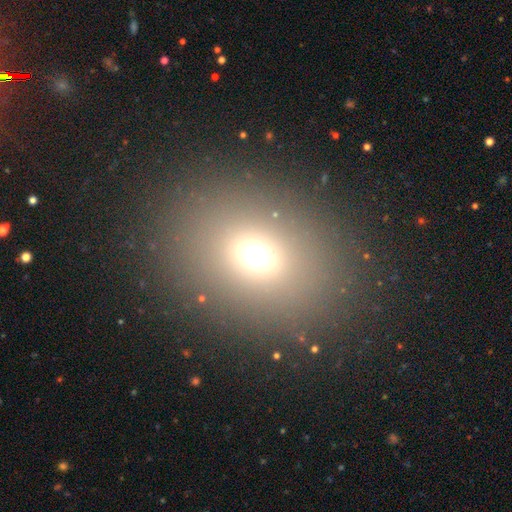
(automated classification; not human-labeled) Smooth or featured?
  - smooth: 65% *
  - star or artifact: 23%
  - featured or disk: 12%
How rounded?
  - in between: 54% *
  - round: 44%
  - cigar-shaped: 1%
Merging?
  - none: 85% *
  - minor disturbance: 8%
  - major disturbance: 5%
  - merger: 2%